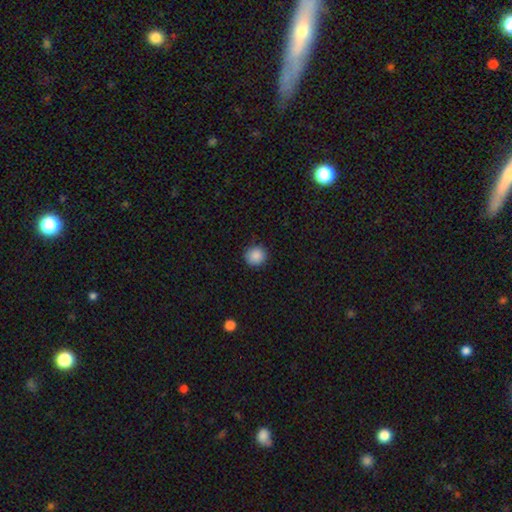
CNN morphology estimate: Smooth or featured?
  - smooth: 88% *
  - star or artifact: 9%
  - featured or disk: 3%
How rounded?
  - round: 90% *
  - in between: 10%
  - cigar-shaped: 1%
Merging?
  - none: 88% *
  - minor disturbance: 9%
  - major disturbance: 2%
  - merger: 1%